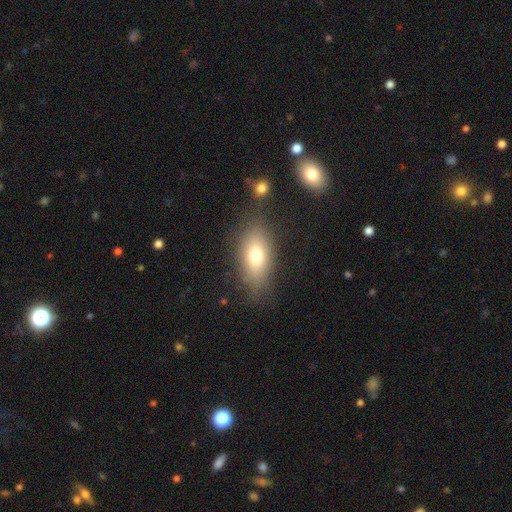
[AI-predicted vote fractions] smooth_or_featured: smooth (p=0.72) [alt: featured or disk p=0.18]
how_rounded: in between (p=0.84) [alt: round p=0.08]
merging: none (p=0.76) [alt: minor disturbance p=0.14]